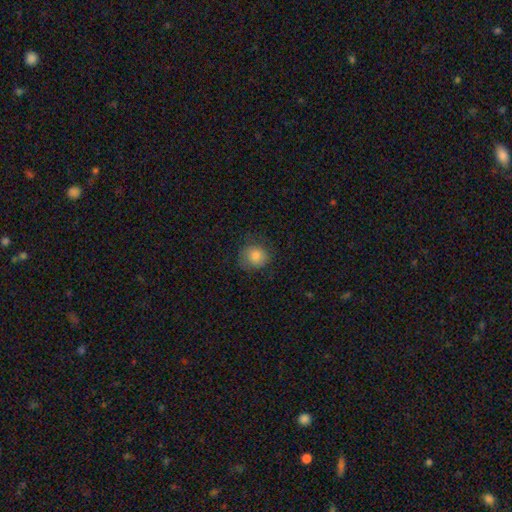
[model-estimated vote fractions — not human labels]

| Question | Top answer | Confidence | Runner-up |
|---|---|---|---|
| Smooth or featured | smooth | 80% | featured or disk (11%) |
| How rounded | round | 81% | in between (18%) |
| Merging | none | 72% | minor disturbance (19%) |